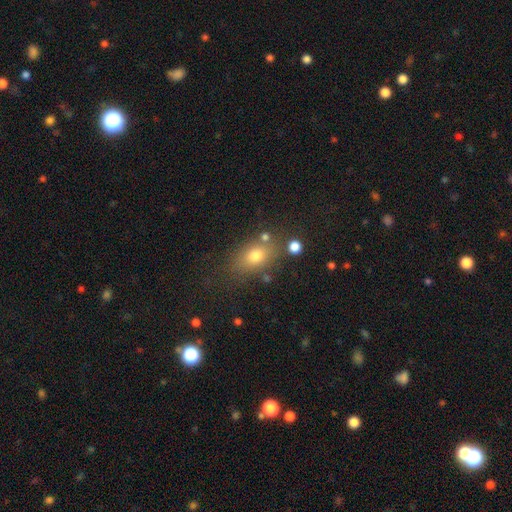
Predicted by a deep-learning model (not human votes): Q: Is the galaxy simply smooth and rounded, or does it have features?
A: smooth — 74%.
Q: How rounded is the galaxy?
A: in between — 74%.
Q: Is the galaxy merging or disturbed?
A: none — 72%.